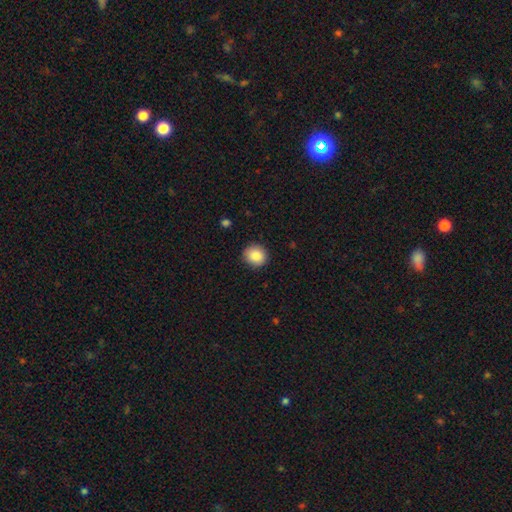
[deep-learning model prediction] Morphology: type=smooth (87%); roundness=round (88%); merging=none (89%).